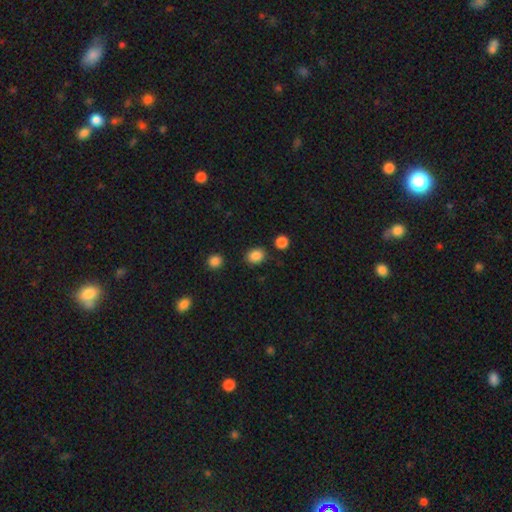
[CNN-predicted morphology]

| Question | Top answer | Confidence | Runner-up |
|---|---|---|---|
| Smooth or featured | smooth | 86% | star or artifact (10%) |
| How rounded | round | 52% | in between (47%) |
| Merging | none | 83% | minor disturbance (10%) |